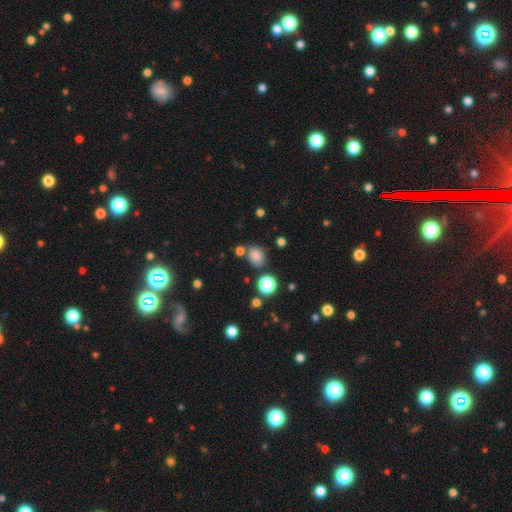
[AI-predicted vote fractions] A smooth galaxy with no disk features (78%) that is round (57%).

Vote fractions:
- Smooth or featured? smooth: 78% / star or artifact: 16% / featured or disk: 6%
- How rounded? round: 57% / in between: 42% / cigar-shaped: 1%
- Merging? none: 71% / minor disturbance: 15% / merger: 10% / major disturbance: 5%